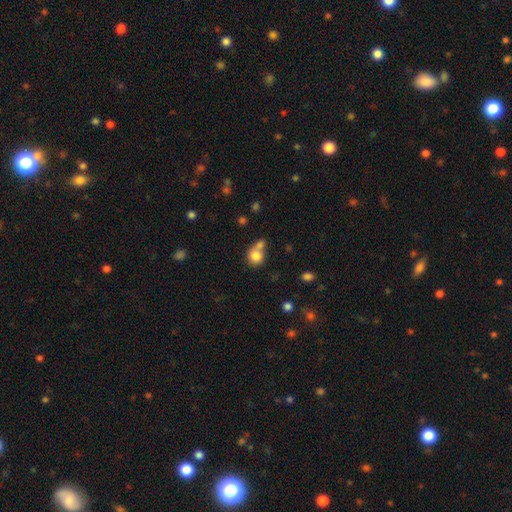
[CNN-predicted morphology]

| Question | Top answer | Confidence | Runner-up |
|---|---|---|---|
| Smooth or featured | smooth | 80% | featured or disk (11%) |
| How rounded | round | 75% | in between (24%) |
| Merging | merger | 48% | none (38%) |